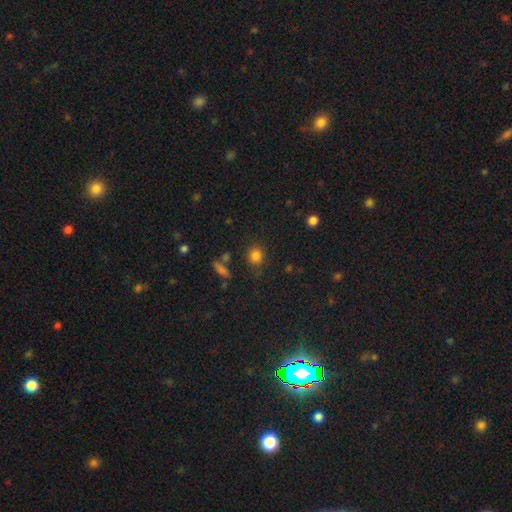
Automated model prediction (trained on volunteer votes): smooth_or_featured: smooth (p=0.82) [alt: star or artifact p=0.13]
how_rounded: round (p=0.77) [alt: in between p=0.21]
merging: none (p=0.78) [alt: minor disturbance p=0.12]